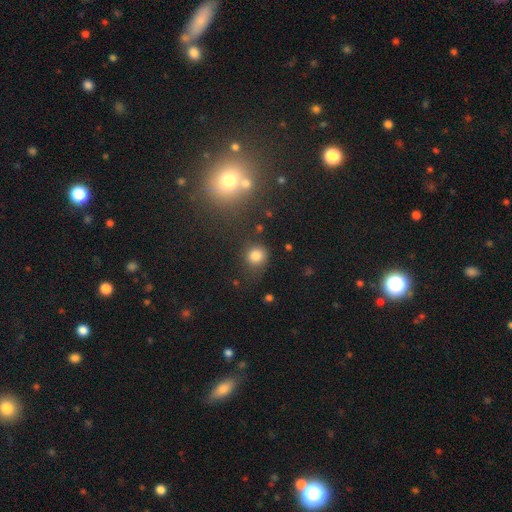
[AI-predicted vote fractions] This appears to be a smooth galaxy with no disk features (81%) that is round (82%). Merging: none (73%).